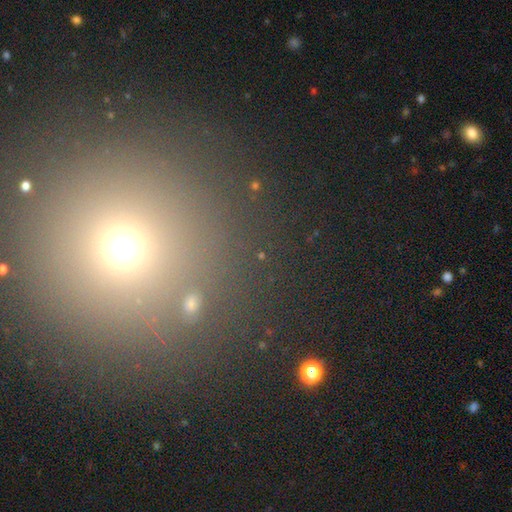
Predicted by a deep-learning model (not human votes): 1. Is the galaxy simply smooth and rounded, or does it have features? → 46% star or artifact, 45% smooth, 10% featured or disk.